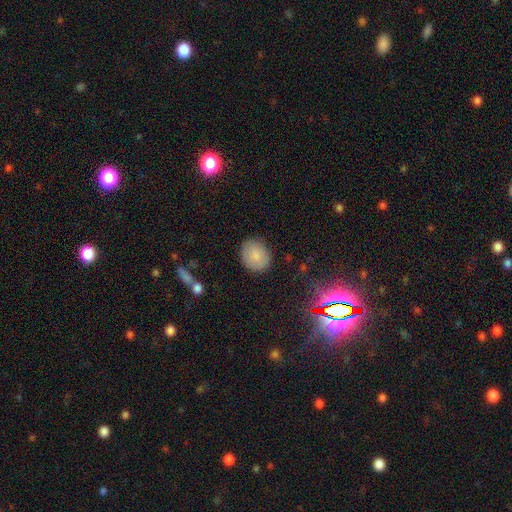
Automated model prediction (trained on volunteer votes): smooth 83%, star or artifact 8%, featured or disk 8%. Down the decision tree: how rounded — round (71%); merging — none (85%).